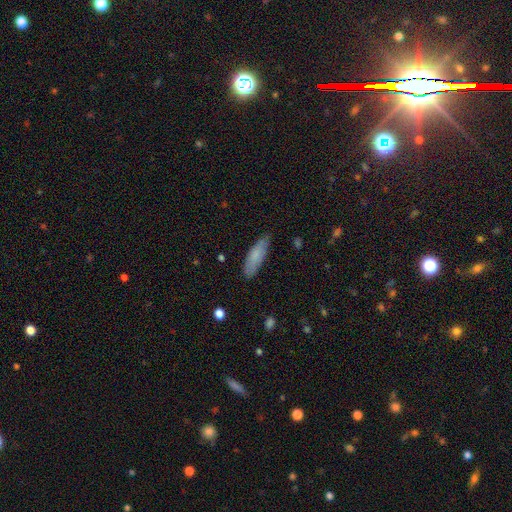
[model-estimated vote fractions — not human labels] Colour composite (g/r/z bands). It shows a smooth galaxy with no disk features (78%) that is cigar-shaped (56%). Merging: none (79%).